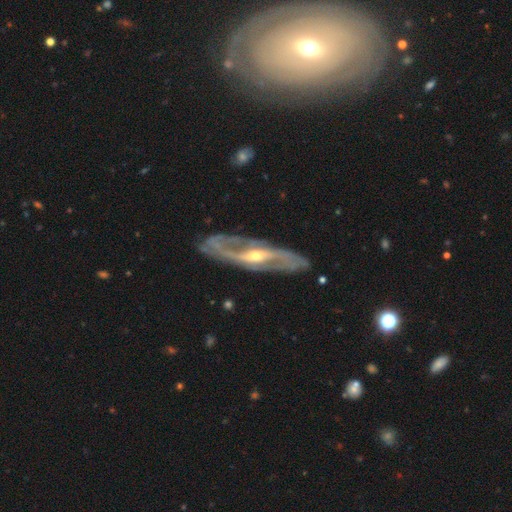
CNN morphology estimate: smooth-or-featured: featured or disk: 88% | smooth: 7% | star or artifact: 4%
  disk-edge-on: no: 84% | yes: 16%
    bar: strong: 41% | weak: 34% | no: 25%
    has-spiral-arms: yes: 93% | no: 7%
      spiral-winding: medium: 44% | loose: 32% | tight: 24%
      spiral-arm-count: 2: 86% | can't tell: 7% | 3: 2% | 1: 2% | 4: 2% | more than 4: 1%
    bulge-size: small: 50% | moderate: 46% | large: 2% | none: 1% | dominant: 1%
  merging: none: 79% | minor disturbance: 14% | major disturbance: 5% | merger: 2%